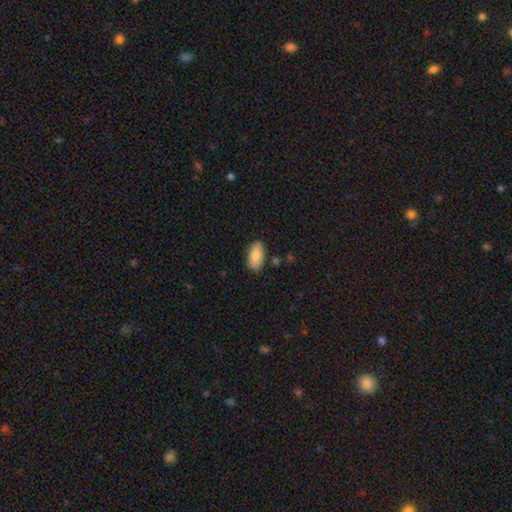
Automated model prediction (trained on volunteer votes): Overall: smooth (82%). How rounded: in between (92%). Merging: none (84%).